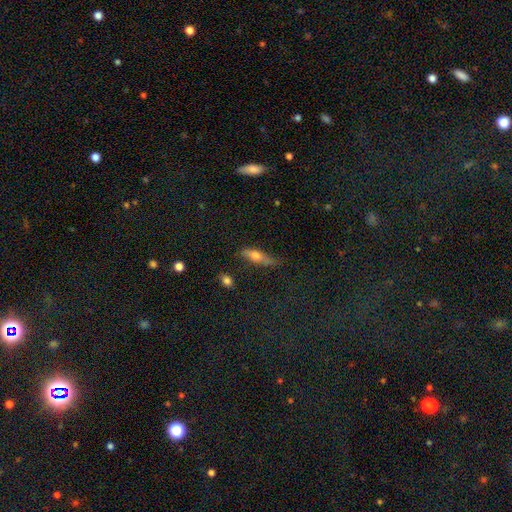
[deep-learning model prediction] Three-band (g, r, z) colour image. It shows a smooth galaxy with no disk features (55%) that is cigar-shaped (60%). Merging: none (62%).